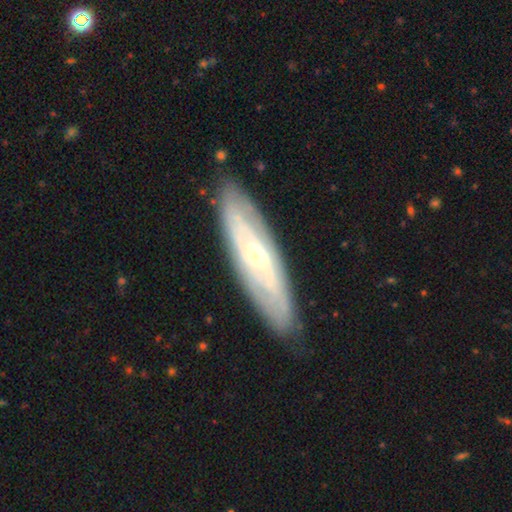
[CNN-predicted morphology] Smooth or featured?
  - featured or disk: 75% *
  - smooth: 20%
  - star or artifact: 6%
Edge-on disk?
  - no: 69% *
  - yes: 31%
Bar?
  - no: 56% *
  - weak: 31%
  - strong: 13%
Spiral arms?
  - yes: 74% *
  - no: 26%
Bulge size?
  - small: 57% *
  - moderate: 39%
  - large: 2%
  - none: 1%
  - dominant: 1%
Merging?
  - none: 86% *
  - minor disturbance: 10%
  - major disturbance: 2%
  - merger: 1%